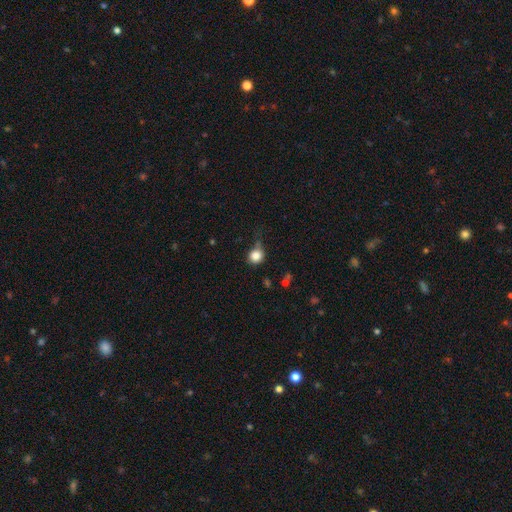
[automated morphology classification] A smooth galaxy with no disk features (83%) that is round (85%).

Vote fractions:
- Smooth or featured? smooth: 83% / star or artifact: 11% / featured or disk: 7%
- How rounded? round: 85% / in between: 14% / cigar-shaped: 1%
- Merging? none: 53% / minor disturbance: 30% / major disturbance: 12% / merger: 5%